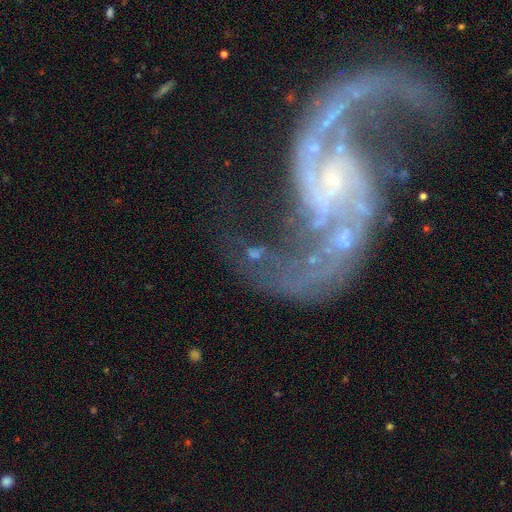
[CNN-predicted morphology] Smooth or featured? Predicted: featured or disk (p=0.76). Edge-on disk? Predicted: no (p=0.95). Bar? Predicted: no (p=0.62). Spiral arms? Predicted: yes (p=0.86). Spiral winding? Predicted: loose (p=0.41). Spiral arm count? Predicted: 2 (p=0.51). Bulge size? Predicted: small (p=0.59). Merging? Predicted: none (p=0.40).